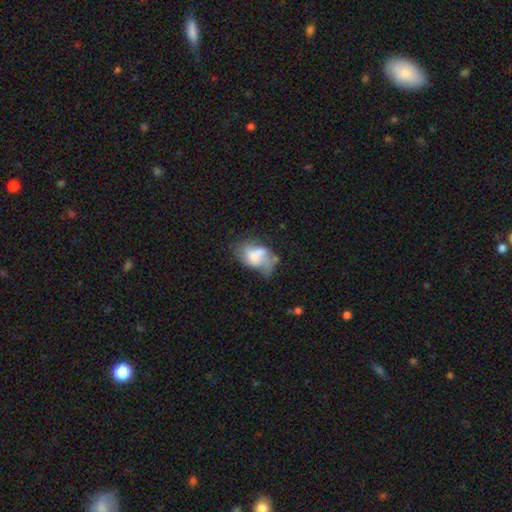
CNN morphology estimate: The model was most divided on "merging": major disturbance: 29%, merger: 25%, minor disturbance: 24%, none: 22%. More confident: how rounded — in between (86%); smooth or featured — smooth (53%).